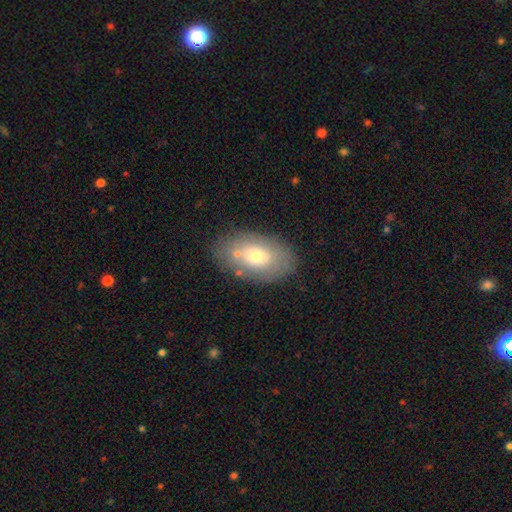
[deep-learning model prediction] Smooth or featured?
  - smooth: 65% *
  - featured or disk: 27%
  - star or artifact: 8%
How rounded?
  - in between: 91% *
  - round: 7%
  - cigar-shaped: 2%
Merging?
  - none: 75% *
  - minor disturbance: 15%
  - merger: 7%
  - major disturbance: 4%